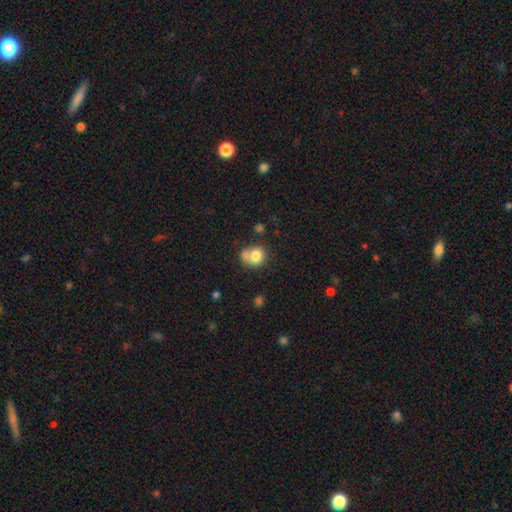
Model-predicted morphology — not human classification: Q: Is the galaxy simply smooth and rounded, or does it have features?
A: smooth — 77%.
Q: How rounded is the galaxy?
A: round — 70%.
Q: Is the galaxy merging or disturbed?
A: none — 40%.